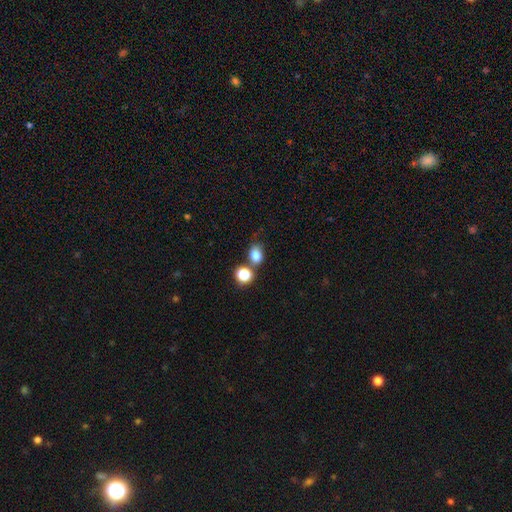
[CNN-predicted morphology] The model was most divided on "how rounded": in between: 54%, round: 45%, cigar-shaped: 1%. More confident: smooth or featured — smooth (81%); merging — none (53%).